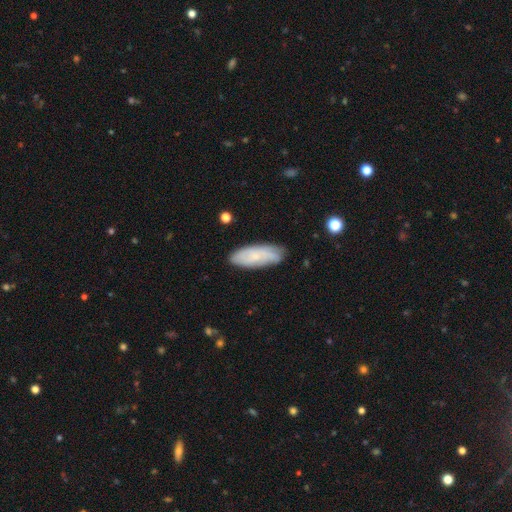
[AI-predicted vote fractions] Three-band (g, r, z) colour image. It shows a smooth galaxy with no disk features (63%) that is in between round and cigar-shaped (74%). Merging: none (79%).